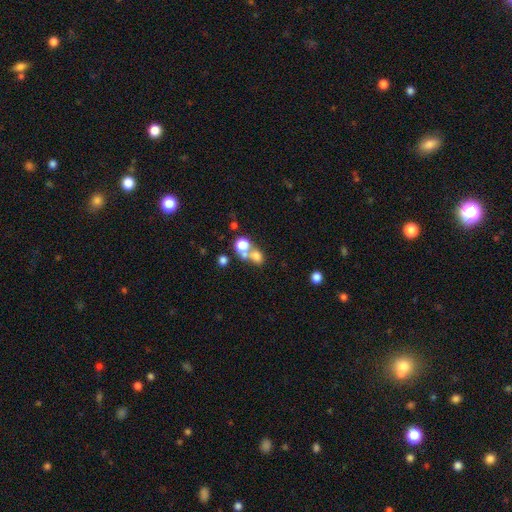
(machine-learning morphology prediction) Q: Smooth or featured?
A: smooth (69%); runner-up: star or artifact (17%)
Q: How rounded?
A: round (66%); runner-up: in between (32%)
Q: Merging?
A: merger (50%); runner-up: none (37%)